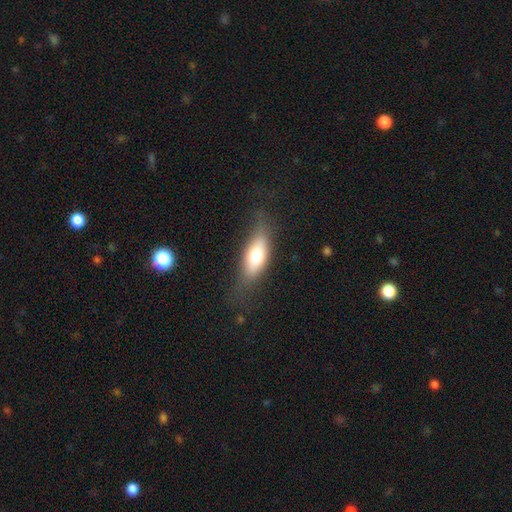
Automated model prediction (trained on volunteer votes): A smooth galaxy with no disk features (66%) that is in between round and cigar-shaped (74%). Merging: none (67%).